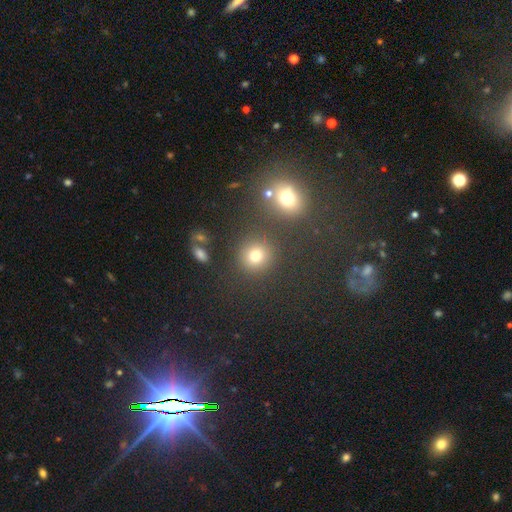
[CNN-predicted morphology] Smooth or featured?
  - smooth: 75% *
  - star or artifact: 18%
  - featured or disk: 7%
How rounded?
  - round: 88% *
  - in between: 11%
  - cigar-shaped: 1%
Merging?
  - none: 82% *
  - minor disturbance: 7%
  - merger: 7%
  - major disturbance: 4%